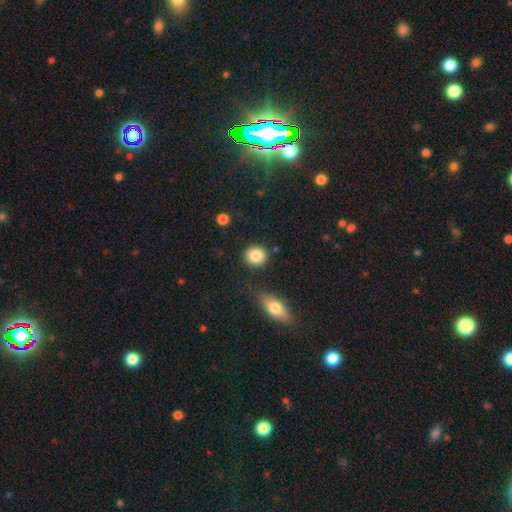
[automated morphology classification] This appears to be a smooth galaxy with no disk features (86%) that is round (83%). Merging: none (85%).